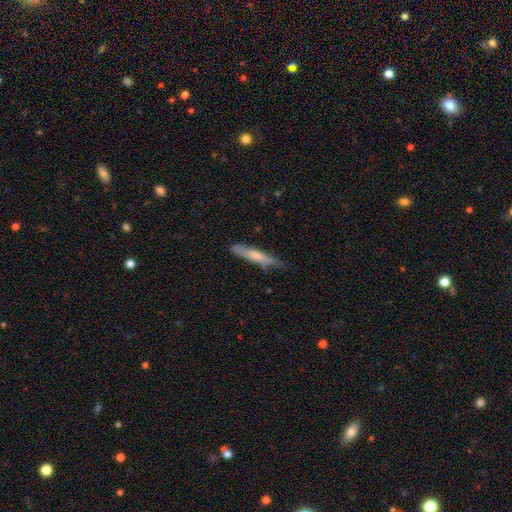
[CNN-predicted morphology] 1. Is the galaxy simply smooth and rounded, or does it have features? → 62% smooth, 32% featured or disk, 6% star or artifact.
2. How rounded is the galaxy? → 90% cigar-shaped, 9% in between, 1% round.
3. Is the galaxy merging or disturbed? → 73% none, 22% minor disturbance, 4% major disturbance, 2% merger.